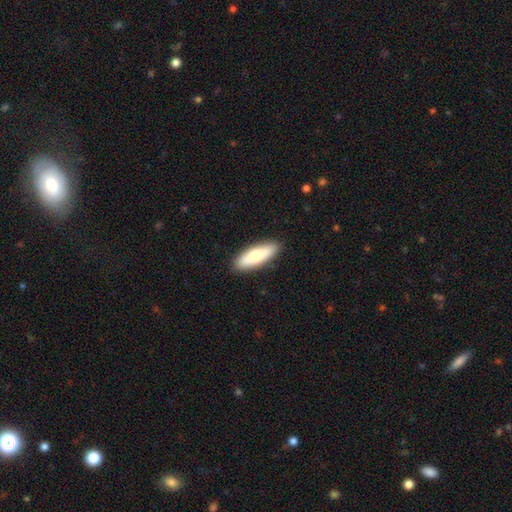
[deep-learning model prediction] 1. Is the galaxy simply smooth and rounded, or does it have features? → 69% smooth, 25% featured or disk, 5% star or artifact.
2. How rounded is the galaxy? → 55% in between, 43% cigar-shaped, 2% round.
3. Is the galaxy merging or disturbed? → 89% none, 8% minor disturbance, 2% major disturbance, 1% merger.